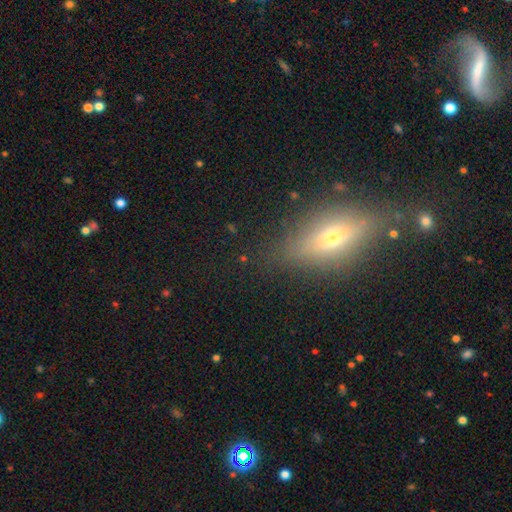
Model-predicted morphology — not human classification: smooth-or-featured: featured or disk: 39% (tied) | smooth: 39% (tied) | star or artifact: 23%
  merging: none: 79% | minor disturbance: 13% | major disturbance: 5% | merger: 3%